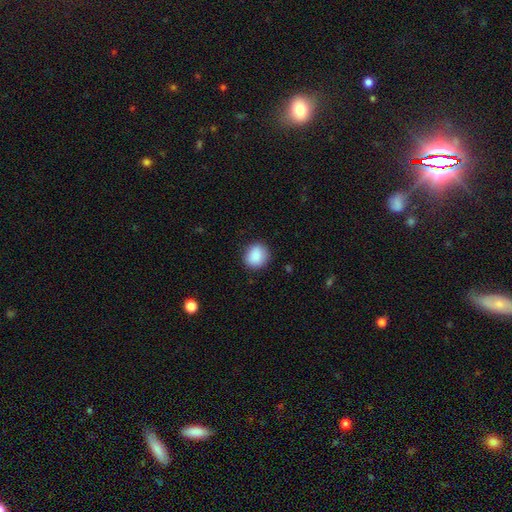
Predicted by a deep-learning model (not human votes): Smooth or featured? Predicted: smooth (p=0.89). How rounded? Predicted: round (p=0.78). Merging? Predicted: none (p=0.86).